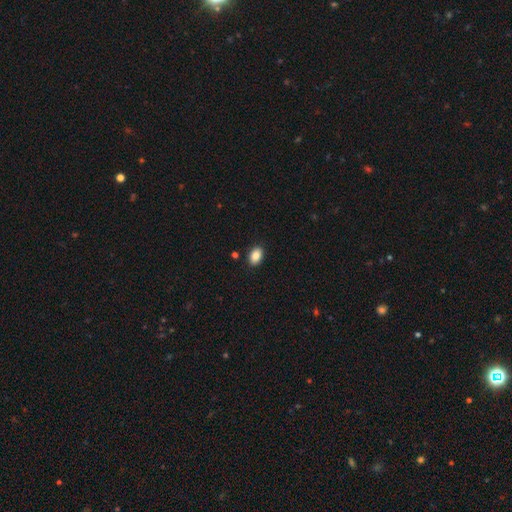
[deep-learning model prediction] The model was most divided on "how rounded": in between: 83%, round: 16%, cigar-shaped: 1%. More confident: merging — none (89%); smooth or featured — smooth (88%).